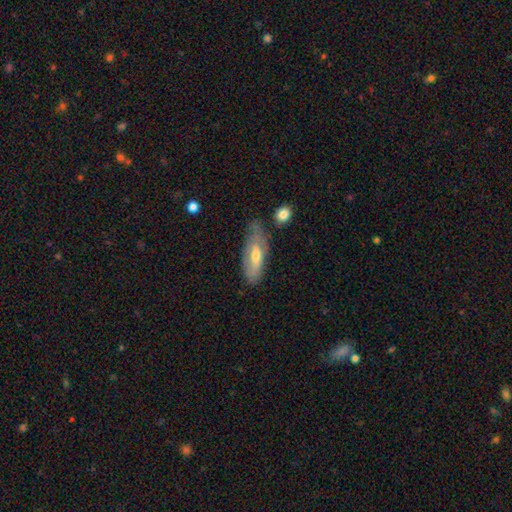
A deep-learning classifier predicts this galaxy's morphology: Smooth or featured? Predicted: smooth (p=0.48). Merging? Predicted: none (p=0.59).